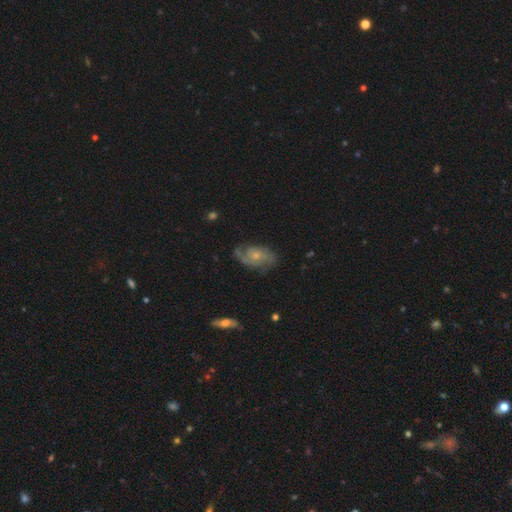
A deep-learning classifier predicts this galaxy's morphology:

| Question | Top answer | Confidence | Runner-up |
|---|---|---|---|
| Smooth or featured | featured or disk | 78% | smooth (15%) |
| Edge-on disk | no | 96% | yes (4%) |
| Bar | no | 72% | weak (24%) |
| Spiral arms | yes | 93% | no (7%) |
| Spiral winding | medium | 45% | tight (35%) |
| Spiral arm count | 2 | 66% | can't tell (15%) |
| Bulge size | small | 55% | moderate (36%) |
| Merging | none | 67% | minor disturbance (21%) |